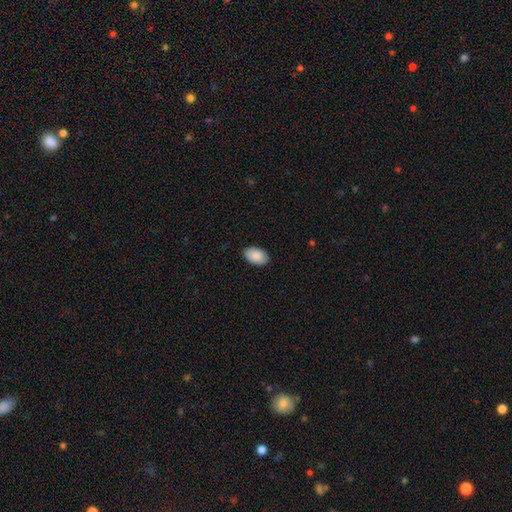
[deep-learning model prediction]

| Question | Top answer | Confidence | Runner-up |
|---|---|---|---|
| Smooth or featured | smooth | 89% | star or artifact (6%) |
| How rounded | in between | 93% | round (5%) |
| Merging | none | 88% | minor disturbance (9%) |